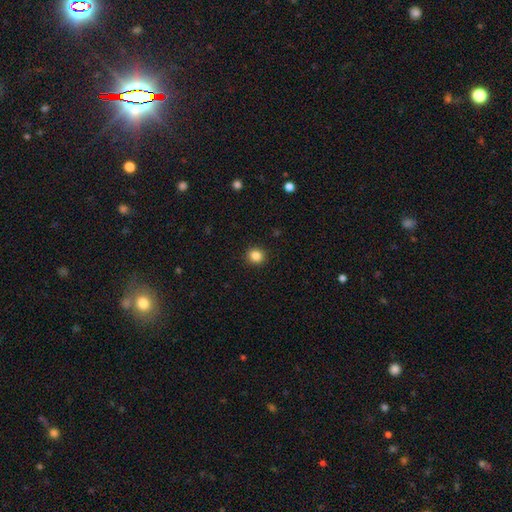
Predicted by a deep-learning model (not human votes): Smooth or featured?
  - smooth: 86% *
  - star or artifact: 11%
  - featured or disk: 4%
How rounded?
  - round: 89% *
  - in between: 10%
  - cigar-shaped: 1%
Merging?
  - none: 92% *
  - minor disturbance: 5%
  - major disturbance: 2%
  - merger: 1%